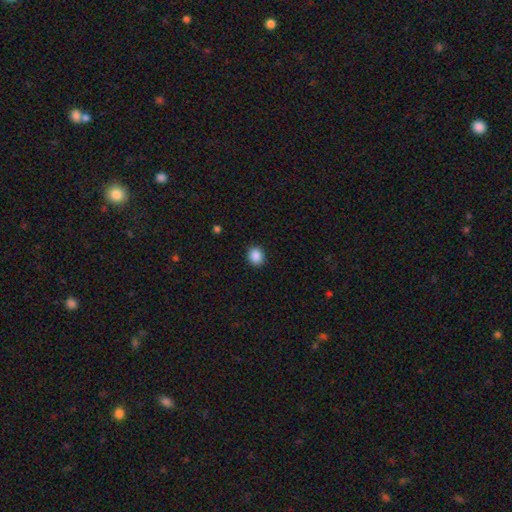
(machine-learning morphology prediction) This appears to be a smooth galaxy with no disk features (88%) that is round (72%). Merging: none (91%).